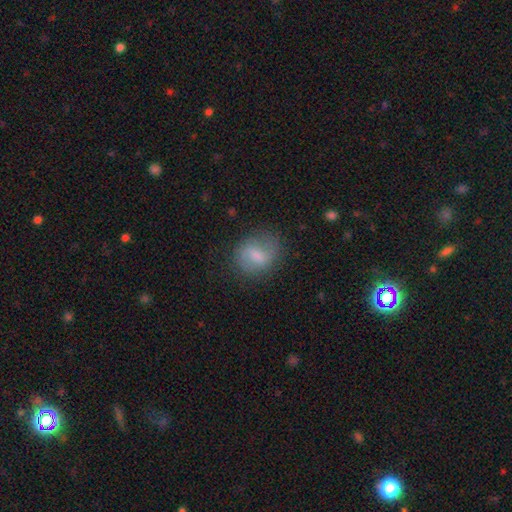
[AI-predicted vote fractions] The model was most divided on "how rounded": round: 52%, in between: 46%, cigar-shaped: 2%. More confident: merging — none (65%); smooth or featured — smooth (57%).